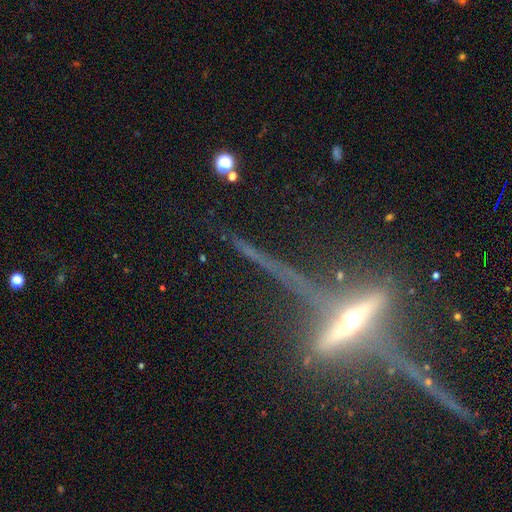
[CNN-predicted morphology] Smooth or featured: featured or disk — 72% (star or artifact — 18%)
Edge-on disk: yes — 89% (no — 11%)
Edge-on bulge: rounded — 83% (none — 11%)
Merging: none — 67% (minor disturbance — 14%)